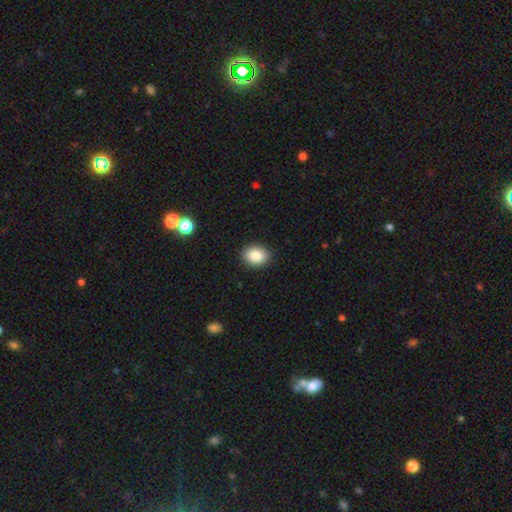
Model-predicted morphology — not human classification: type=smooth (87%); roundness=in between (56%); merging=none (90%).